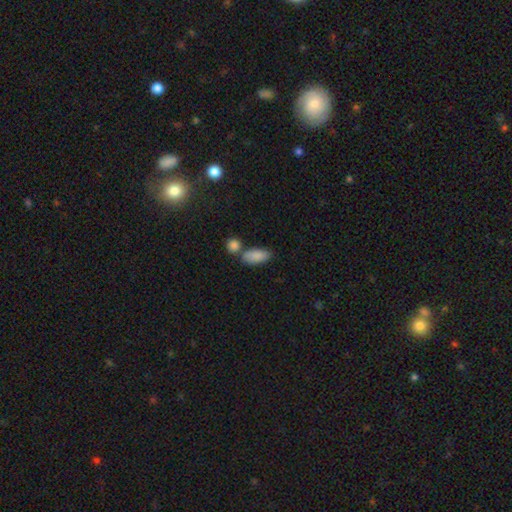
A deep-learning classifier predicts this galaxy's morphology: smooth-or-featured: smooth: 87% | star or artifact: 7% | featured or disk: 6%
  how-rounded: in between: 87% | cigar-shaped: 9% | round: 4%
  merging: none: 59% | merger: 23% | minor disturbance: 14% | major disturbance: 4%